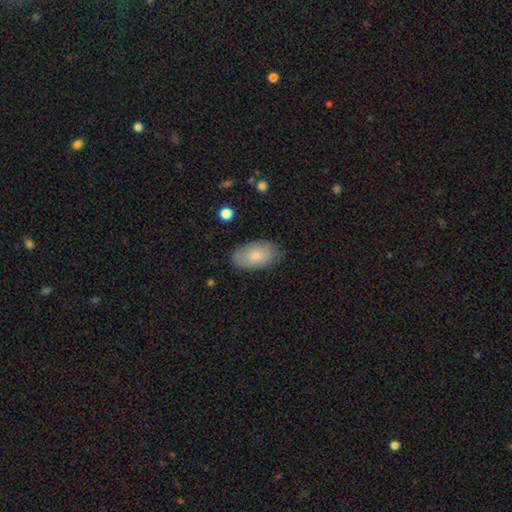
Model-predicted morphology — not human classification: This appears to be a smooth galaxy with no disk features (77%) that is in between round and cigar-shaped (94%). Merging: none (80%).